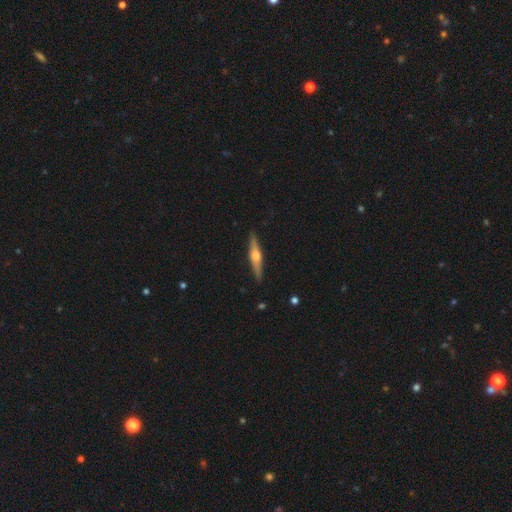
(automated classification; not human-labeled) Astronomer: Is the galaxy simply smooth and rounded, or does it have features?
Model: featured or disk — 71%.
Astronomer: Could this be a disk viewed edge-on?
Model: yes — 97%.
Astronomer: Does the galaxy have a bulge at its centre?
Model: rounded — 94%.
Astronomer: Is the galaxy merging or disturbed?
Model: none — 91%.